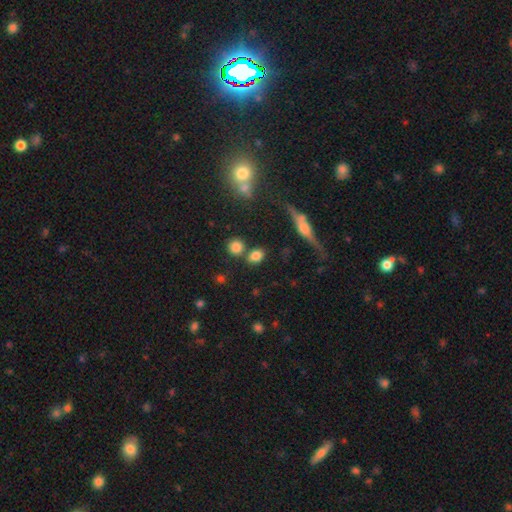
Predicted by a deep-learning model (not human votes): This appears to be a smooth galaxy with no disk features (79%) that is in between round and cigar-shaped (60%). Merging: none (68%).